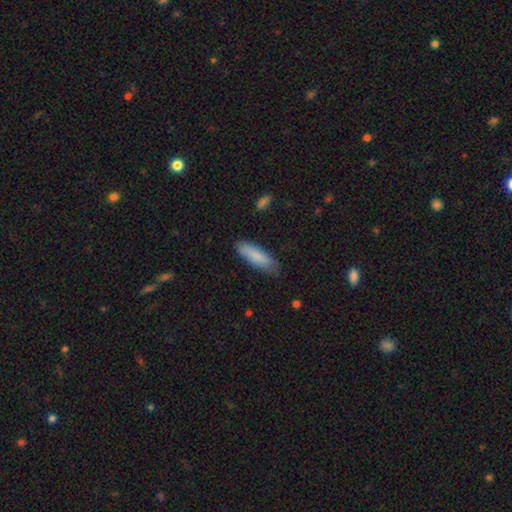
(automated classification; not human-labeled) Smooth or featured: smooth — 84% (featured or disk — 10%)
How rounded: cigar-shaped — 55% (in between — 44%)
Merging: none — 80% (minor disturbance — 16%)